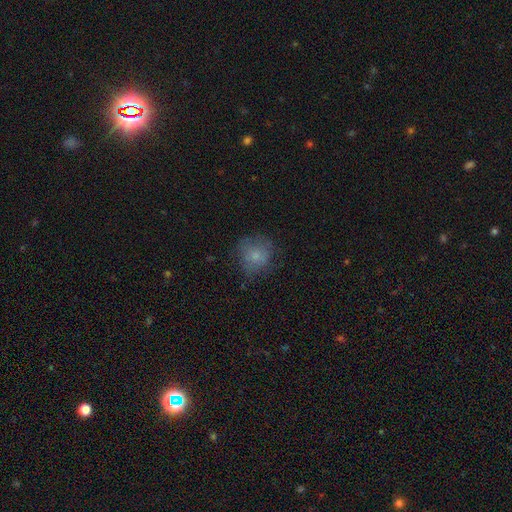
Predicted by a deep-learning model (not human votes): Smooth or featured? Predicted: smooth (p=0.75). How rounded? Predicted: round (p=0.84). Merging? Predicted: none (p=0.65).